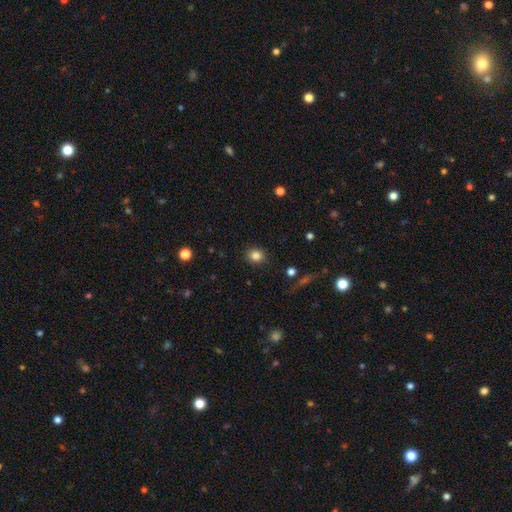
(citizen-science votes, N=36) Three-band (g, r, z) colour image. It shows a smooth galaxy with no disk features (100%) that is round (61%). Merging: none (92%).